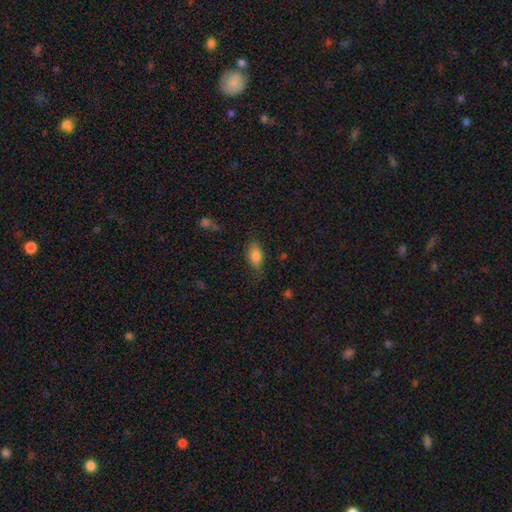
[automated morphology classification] A smooth galaxy with no disk features (82%) that is in between round and cigar-shaped (89%). Merging: none (69%).